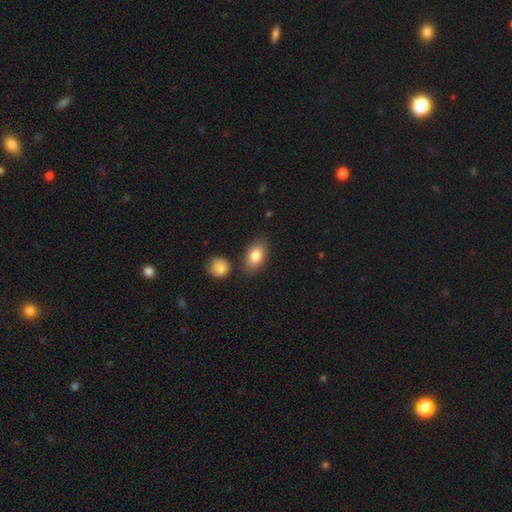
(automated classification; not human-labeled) smooth 81%, featured or disk 11%, star or artifact 7%. Down the decision tree: how rounded — in between (89%); merging — none (79%).